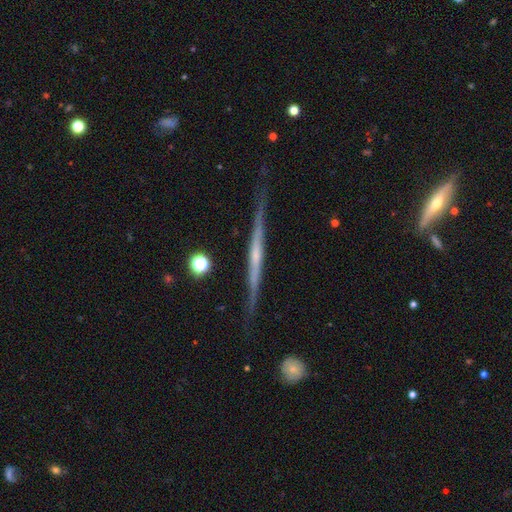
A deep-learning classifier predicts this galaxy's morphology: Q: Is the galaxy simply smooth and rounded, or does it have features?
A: featured or disk — 78%.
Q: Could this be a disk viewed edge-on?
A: yes — 97%.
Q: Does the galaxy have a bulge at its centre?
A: none — 55%.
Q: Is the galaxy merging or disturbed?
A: none — 81%.